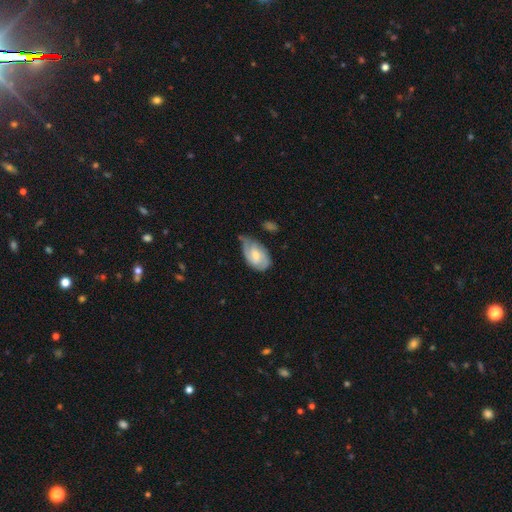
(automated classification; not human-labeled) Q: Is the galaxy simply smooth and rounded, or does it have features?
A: featured or disk — 48%.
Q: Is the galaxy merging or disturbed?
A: none — 42%.